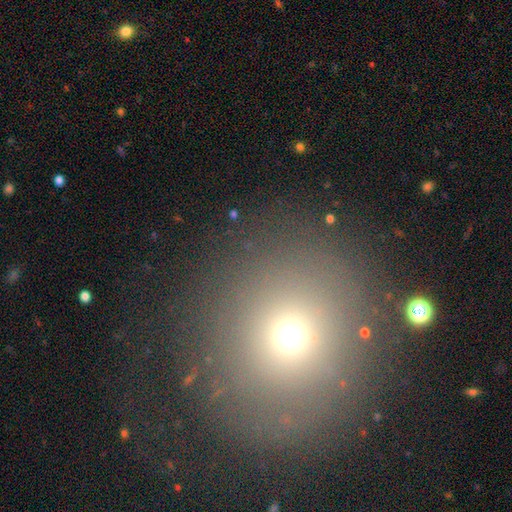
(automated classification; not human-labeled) This appears to be a smooth galaxy with no disk features (64%) that is round (90%). Merging: none (76%).